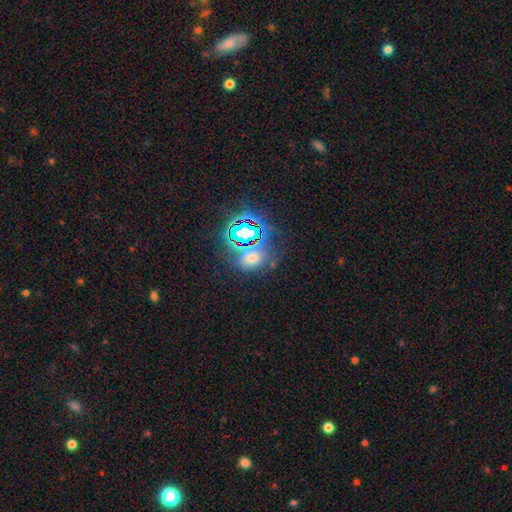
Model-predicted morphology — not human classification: Smooth or featured? star or artifact (49%)